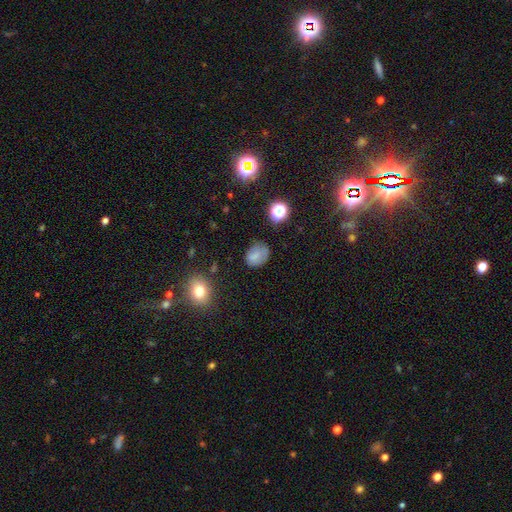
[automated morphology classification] smooth_or_featured: smooth (p=0.73) [alt: star or artifact p=0.15]
how_rounded: in between (p=0.56) [alt: round p=0.43]
merging: none (p=0.60) [alt: minor disturbance p=0.28]